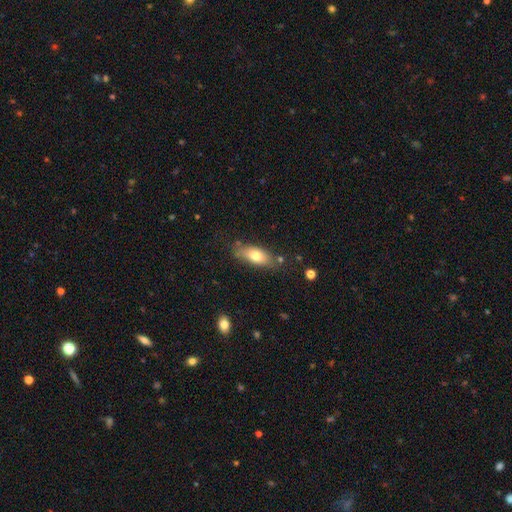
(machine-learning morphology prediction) This is likely a smooth galaxy (74%). How rounded: clearly in between (81%). Merging: likely none (72%).